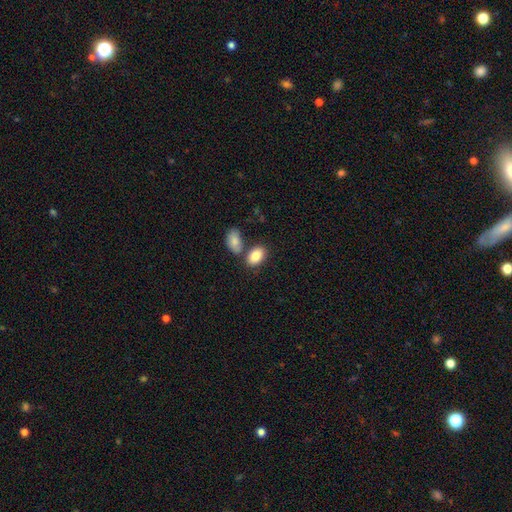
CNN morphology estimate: smooth 84%, featured or disk 9%, star or artifact 7%. Down the decision tree: how rounded — in between (91%); merging — none (60%).